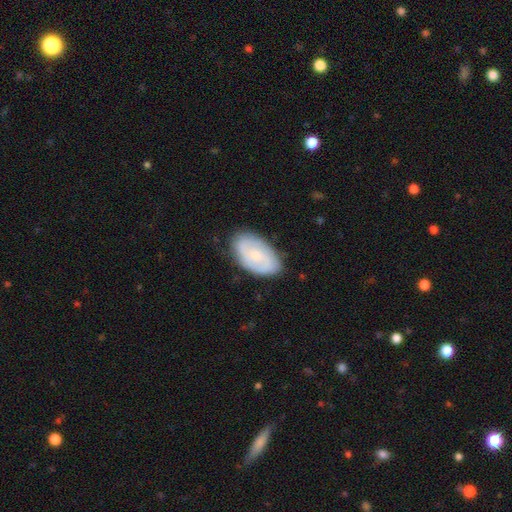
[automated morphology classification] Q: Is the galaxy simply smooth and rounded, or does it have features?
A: featured or disk — 55%.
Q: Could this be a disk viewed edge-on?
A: no — 96%.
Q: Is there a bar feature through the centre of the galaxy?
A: no — 54%.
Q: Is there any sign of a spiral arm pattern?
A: yes — 82%.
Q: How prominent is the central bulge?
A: small — 54%.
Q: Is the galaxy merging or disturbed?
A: none — 79%.